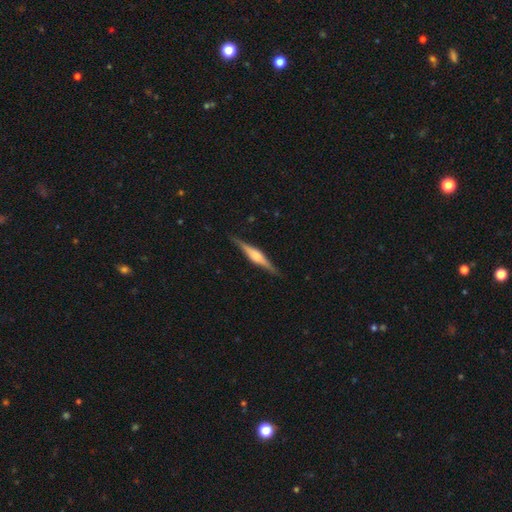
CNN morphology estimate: Smooth or featured? featured or disk (75%)
Edge-on disk? yes (98%)
Edge-on bulge? rounded (74%)
Merging? none (89%)